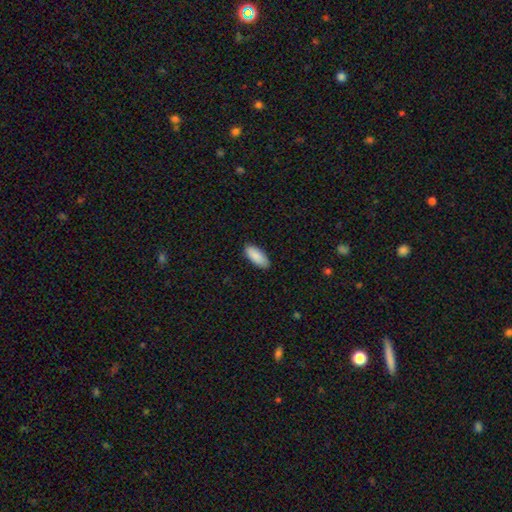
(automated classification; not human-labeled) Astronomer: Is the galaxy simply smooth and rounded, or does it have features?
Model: smooth — 90%.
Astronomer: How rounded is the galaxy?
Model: in between — 87%.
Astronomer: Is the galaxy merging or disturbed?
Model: none — 88%.